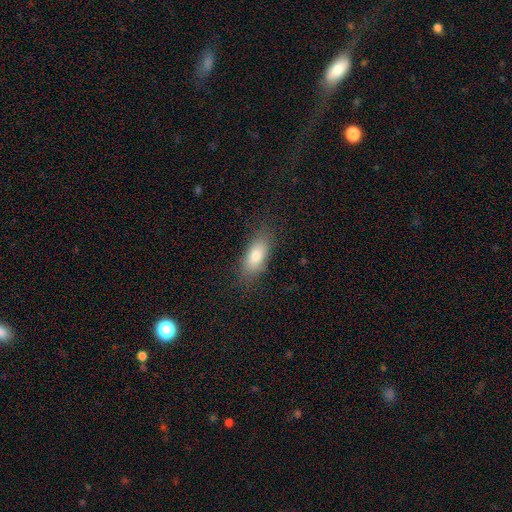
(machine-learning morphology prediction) smooth_or_featured: smooth (p=0.80) [alt: featured or disk p=0.12]
how_rounded: in between (p=0.83) [alt: cigar-shaped p=0.13]
merging: none (p=0.79) [alt: minor disturbance p=0.15]